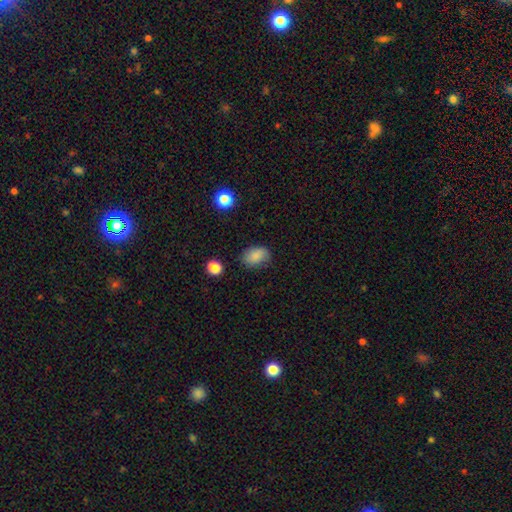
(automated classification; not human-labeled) smooth_or_featured: smooth (p=0.84) [alt: star or artifact p=0.09]
how_rounded: in between (p=0.80) [alt: round p=0.19]
merging: none (p=0.76) [alt: minor disturbance p=0.19]